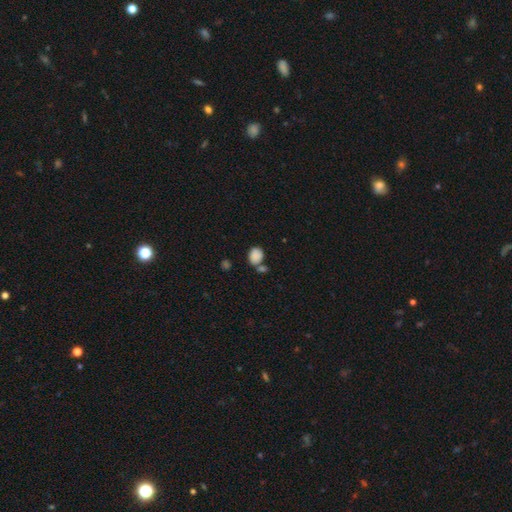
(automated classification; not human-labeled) Smooth or featured?
  - smooth: 85% *
  - star or artifact: 9%
  - featured or disk: 6%
How rounded?
  - in between: 58% *
  - round: 41%
  - cigar-shaped: 1%
Merging?
  - none: 51% *
  - merger: 27%
  - minor disturbance: 16%
  - major disturbance: 6%